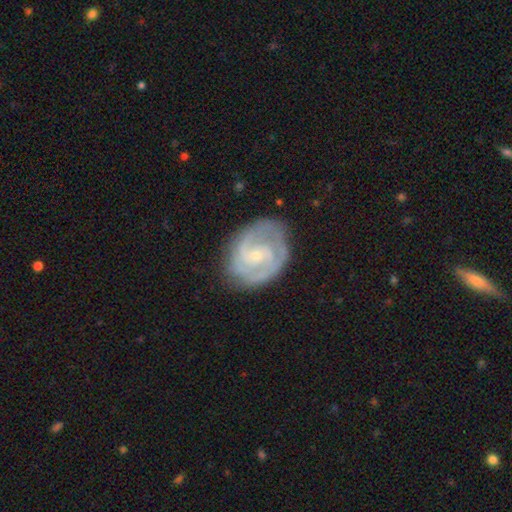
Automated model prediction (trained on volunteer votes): smooth-or-featured: featured or disk: 85% | smooth: 10% | star or artifact: 5%
  disk-edge-on: no: 98% | yes: 2%
    bar: no: 54% | weak: 37% | strong: 8%
    has-spiral-arms: yes: 94% | no: 6%
      spiral-winding: tight: 53% | medium: 39% | loose: 8%
      spiral-arm-count: 2: 69% | can't tell: 13% | 3: 10% | 1: 4% | 4: 2% | more than 4: 2%
    bulge-size: small: 76% | moderate: 19% | none: 3% | large: 1% | dominant: 1%
  merging: none: 75% | minor disturbance: 17% | major disturbance: 6% | merger: 1%